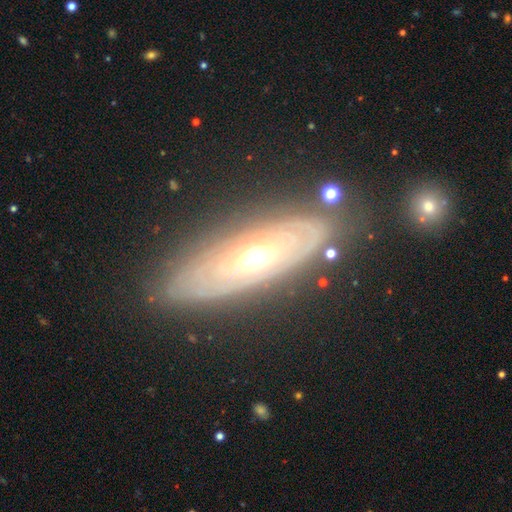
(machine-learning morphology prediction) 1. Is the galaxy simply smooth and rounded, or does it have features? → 76% featured or disk, 17% smooth, 7% star or artifact.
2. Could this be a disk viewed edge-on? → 73% no, 27% yes.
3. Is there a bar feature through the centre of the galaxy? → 83% no, 13% weak, 4% strong.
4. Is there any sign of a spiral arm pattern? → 57% yes, 43% no.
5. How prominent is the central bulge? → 74% moderate, 13% small, 11% large, 1% dominant, 1% none.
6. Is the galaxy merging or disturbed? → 80% none, 13% minor disturbance, 5% major disturbance, 2% merger.